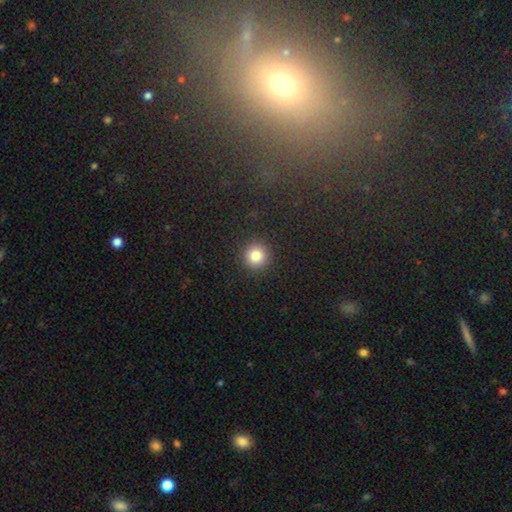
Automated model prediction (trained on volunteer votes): Overall: smooth (82%). How rounded: round (95%). Merging: none (92%).